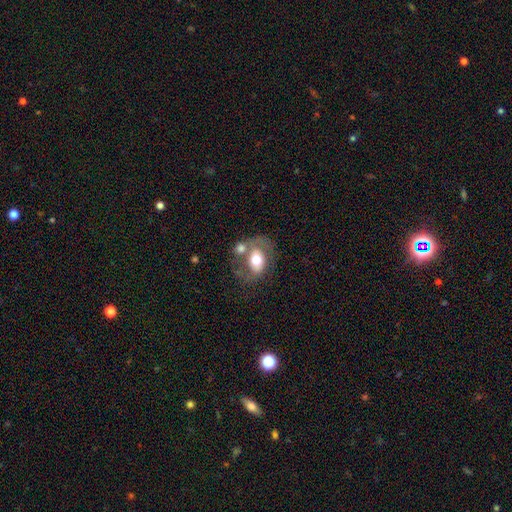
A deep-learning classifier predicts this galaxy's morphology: A featured or disk galaxy (50%). Merging: none (40%).